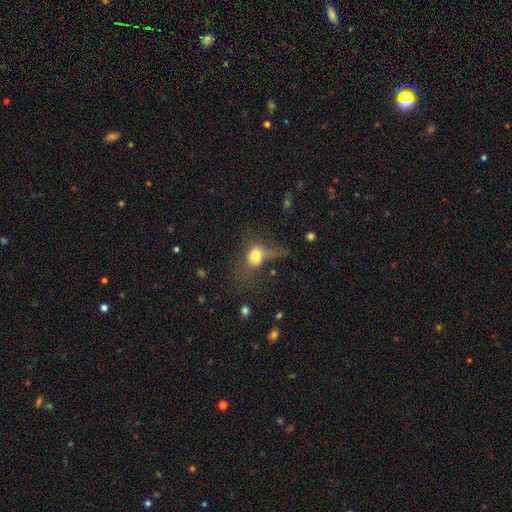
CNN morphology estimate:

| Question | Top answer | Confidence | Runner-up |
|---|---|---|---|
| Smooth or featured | smooth | 72% | featured or disk (16%) |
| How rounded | round | 53% | in between (45%) |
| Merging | major disturbance | 41% | none (31%) |